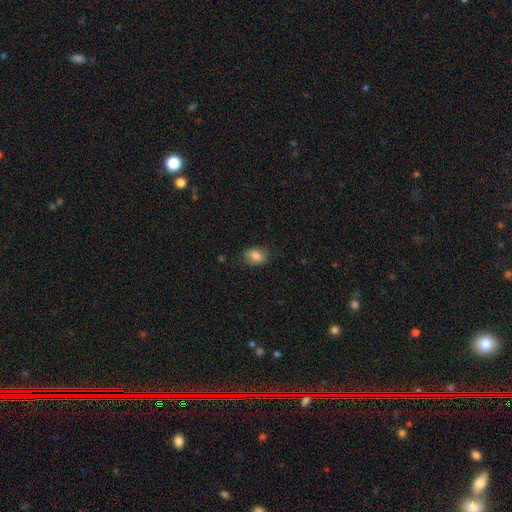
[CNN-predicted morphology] This appears to be a smooth galaxy with no disk features (83%) that is in between round and cigar-shaped (70%). Merging: none (77%).